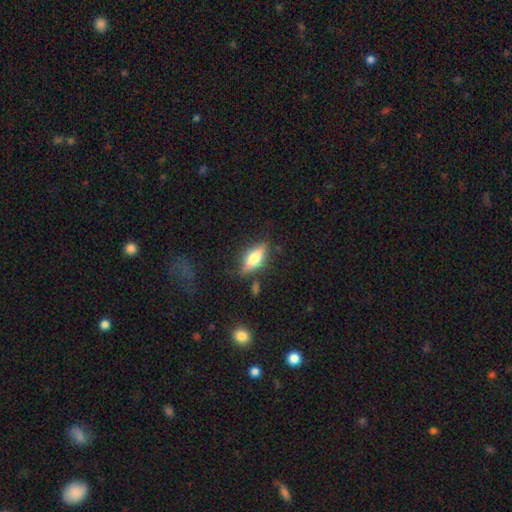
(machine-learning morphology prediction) A smooth galaxy with no disk features (52%) that is in between round and cigar-shaped (61%).

Vote fractions:
- Smooth or featured? smooth: 52% / featured or disk: 40% / star or artifact: 8%
- How rounded? in between: 61% / cigar-shaped: 36% / round: 3%
- Merging? none: 73% / minor disturbance: 17% / major disturbance: 6% / merger: 3%